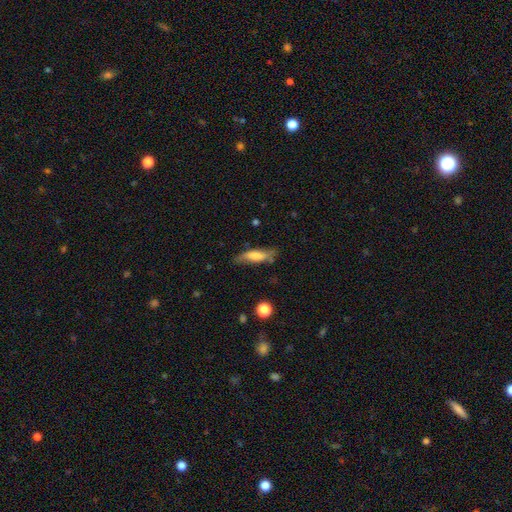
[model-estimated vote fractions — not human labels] Smooth or featured? smooth (66%)
How rounded? cigar-shaped (56%)
Merging? none (66%)